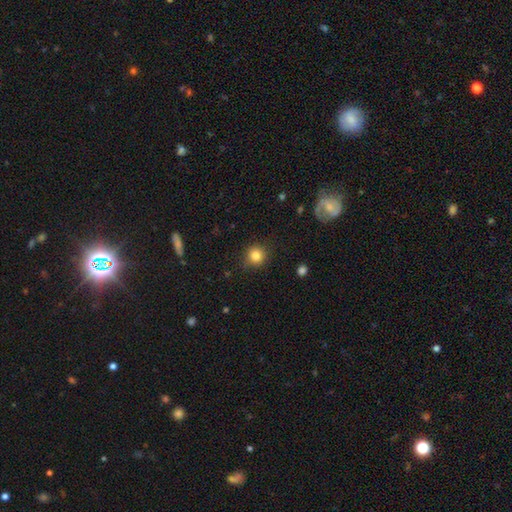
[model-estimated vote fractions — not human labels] Smooth or featured: smooth — 83% (star or artifact — 11%)
How rounded: round — 92% (in between — 7%)
Merging: none — 88% (minor disturbance — 8%)